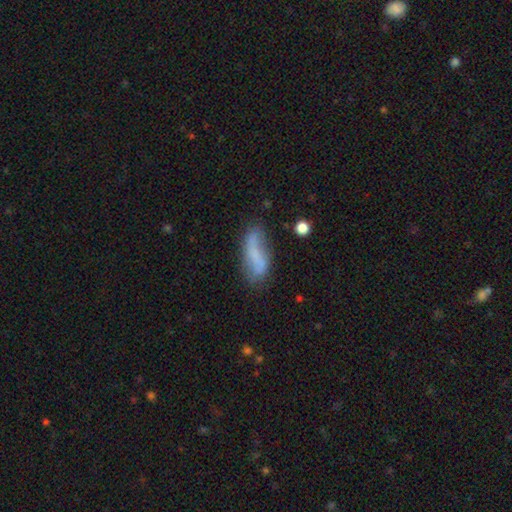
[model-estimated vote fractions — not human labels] Smooth or featured? smooth (48%)
Merging? none (56%)